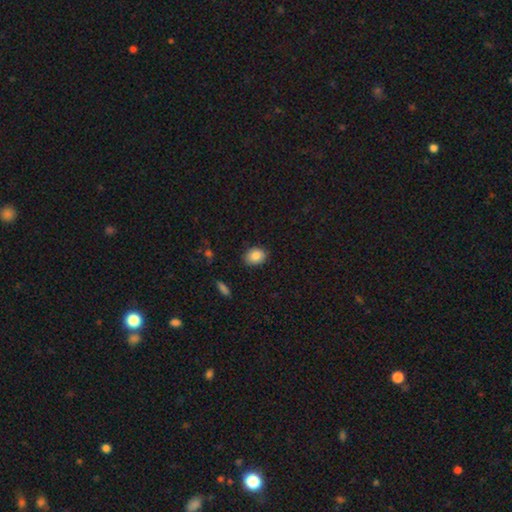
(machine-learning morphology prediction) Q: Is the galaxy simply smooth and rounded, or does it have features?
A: smooth — 85%.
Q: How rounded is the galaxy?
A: in between — 58%.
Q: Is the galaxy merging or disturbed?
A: none — 85%.